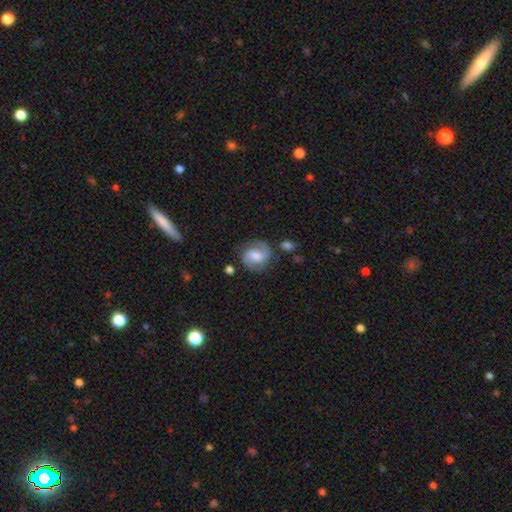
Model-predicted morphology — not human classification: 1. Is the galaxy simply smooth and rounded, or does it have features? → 72% featured or disk, 21% smooth, 6% star or artifact.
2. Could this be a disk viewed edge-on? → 98% no, 2% yes.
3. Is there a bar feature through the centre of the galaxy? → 49% weak, 31% no, 19% strong.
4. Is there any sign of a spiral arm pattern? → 94% yes, 6% no.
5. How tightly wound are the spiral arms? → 51% medium, 26% tight, 23% loose.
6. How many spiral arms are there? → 89% 2, 5% can't tell, 3% 1, 1% 3, 1% 4, 1% more than 4.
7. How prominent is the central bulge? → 49% moderate, 28% small, 13% large, 8% none, 2% dominant.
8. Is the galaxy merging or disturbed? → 75% none, 15% minor disturbance, 6% major disturbance, 4% merger.